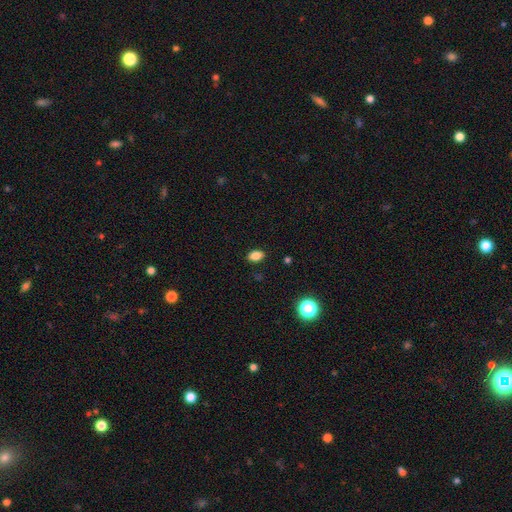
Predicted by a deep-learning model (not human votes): Smooth or featured?
  - smooth: 84% *
  - star or artifact: 11%
  - featured or disk: 5%
How rounded?
  - in between: 85% *
  - round: 13%
  - cigar-shaped: 2%
Merging?
  - none: 88% *
  - minor disturbance: 9%
  - major disturbance: 2%
  - merger: 1%